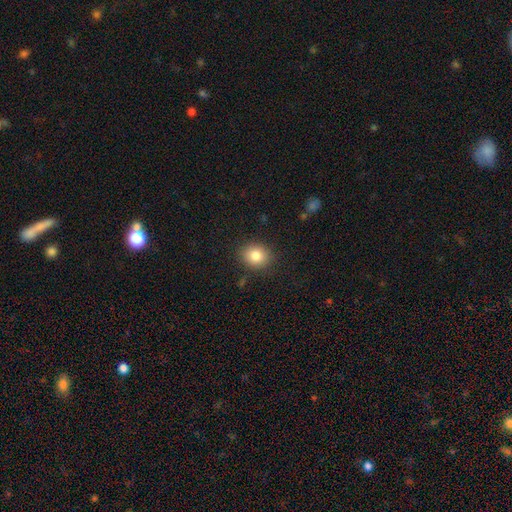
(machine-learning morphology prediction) smooth 83%, star or artifact 10%, featured or disk 7%. Down the decision tree: how rounded — round (68%); merging — none (87%).